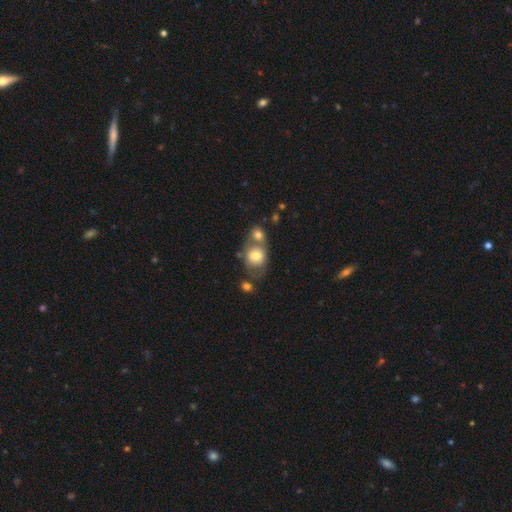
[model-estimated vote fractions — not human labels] Smooth or featured: smooth — 70% (featured or disk — 22%)
How rounded: round — 60% (in between — 39%)
Merging: merger — 49% (none — 34%)